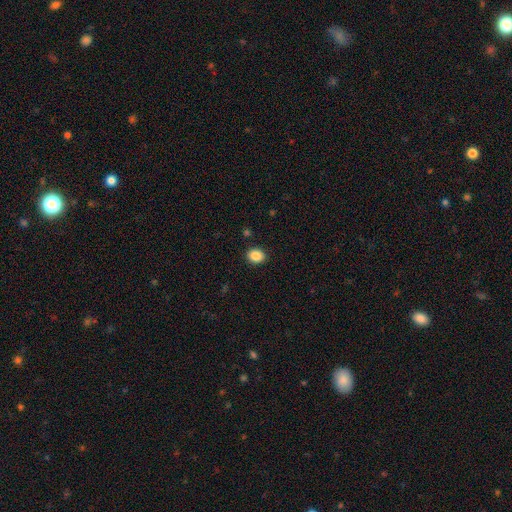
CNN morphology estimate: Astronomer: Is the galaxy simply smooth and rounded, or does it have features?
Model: smooth — 87%.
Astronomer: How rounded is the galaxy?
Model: round — 60% (runner-up: in between, 39%).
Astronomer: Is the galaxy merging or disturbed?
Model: none — 90%.